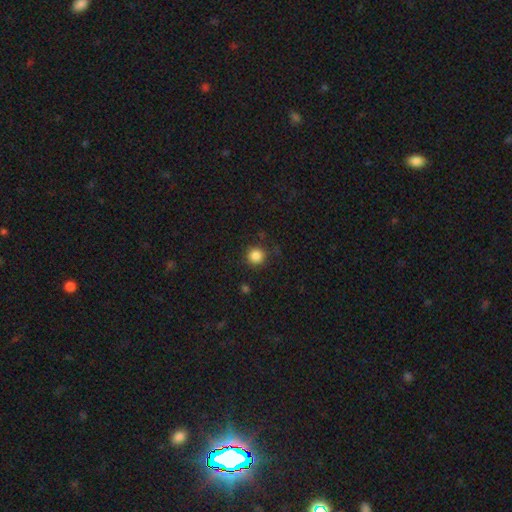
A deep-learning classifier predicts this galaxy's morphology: This is clearly a smooth galaxy (86%). How rounded: clearly round (94%). Merging: clearly none (88%).